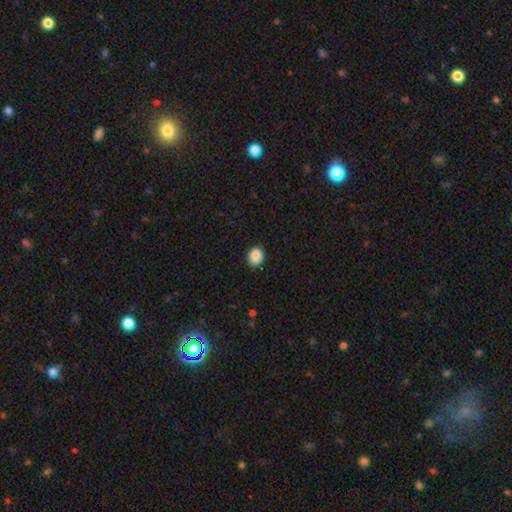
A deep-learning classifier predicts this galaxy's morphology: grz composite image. It shows a smooth galaxy with no disk features (89%) that is in between round and cigar-shaped (63%). Merging: none (87%).